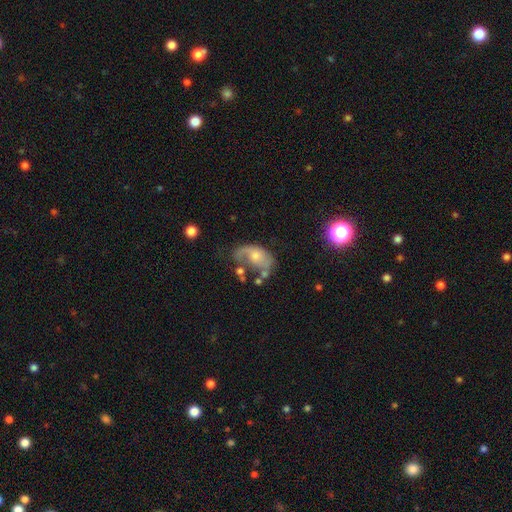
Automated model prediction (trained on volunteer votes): Smooth or featured? Predicted: featured or disk (p=0.61). Edge-on disk? Predicted: no (p=0.96). Bar? Predicted: no (p=0.75). Spiral arms? Predicted: yes (p=0.73). Bulge size? Predicted: small (p=0.46). Merging? Predicted: major disturbance (p=0.34).